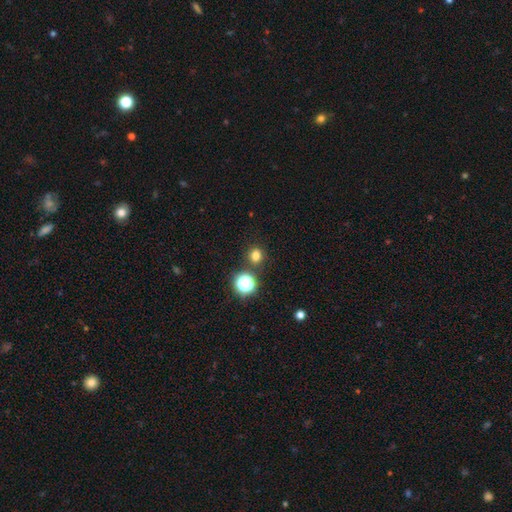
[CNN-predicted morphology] Smooth or featured?
  - smooth: 74% *
  - star or artifact: 21%
  - featured or disk: 5%
How rounded?
  - round: 82% *
  - in between: 17%
  - cigar-shaped: 1%
Merging?
  - none: 84% *
  - minor disturbance: 7%
  - merger: 6%
  - major disturbance: 3%